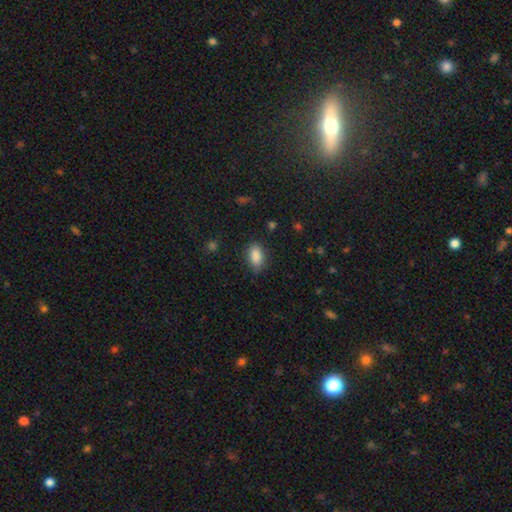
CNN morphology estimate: Smooth or featured? Predicted: smooth (p=0.88). How rounded? Predicted: in between (p=0.89). Merging? Predicted: none (p=0.81).